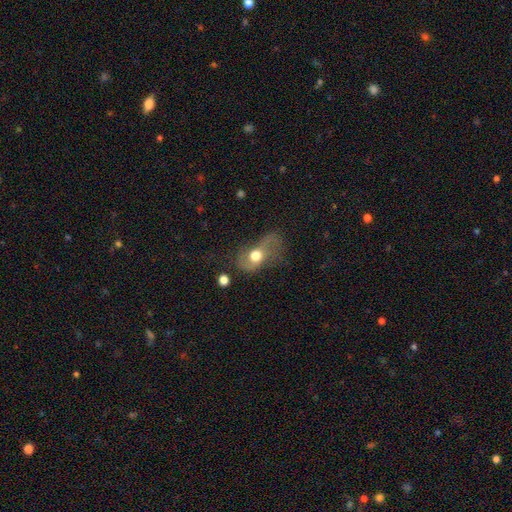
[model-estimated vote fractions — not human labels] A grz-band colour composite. It shows a smooth galaxy with no disk features (50%). Merging: major disturbance (44%).